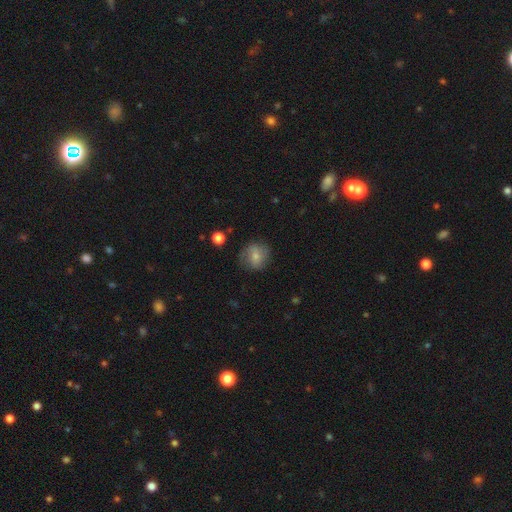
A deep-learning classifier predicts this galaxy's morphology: Overall: smooth (58%; featured or disk 33%). How rounded: round (81%). Merging: none (72%).